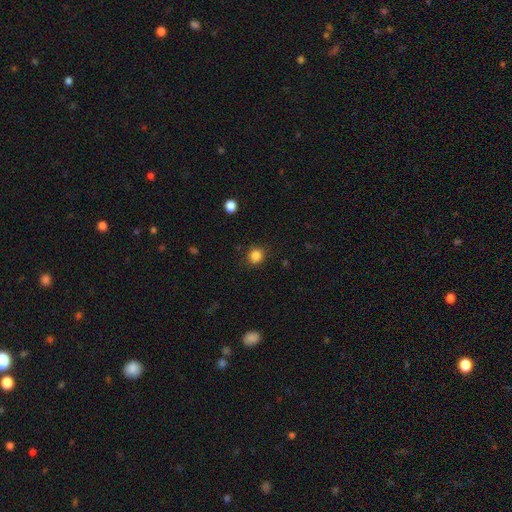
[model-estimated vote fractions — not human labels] A smooth galaxy with no disk features (85%) that is round (86%).

Vote fractions:
- Smooth or featured? smooth: 85% / star or artifact: 12% / featured or disk: 4%
- How rounded? round: 86% / in between: 13% / cigar-shaped: 1%
- Merging? none: 87% / minor disturbance: 9% / major disturbance: 3% / merger: 1%